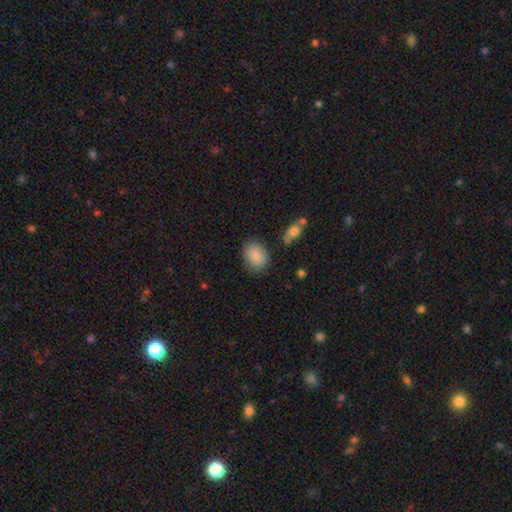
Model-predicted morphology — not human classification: Smooth or featured: smooth — 85% (featured or disk — 8%)
How rounded: in between — 62% (round — 37%)
Merging: none — 80% (minor disturbance — 14%)